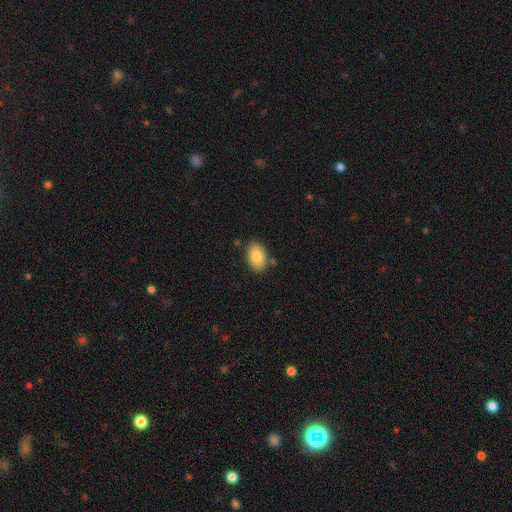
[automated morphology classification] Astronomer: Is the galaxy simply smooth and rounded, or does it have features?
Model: smooth — 84%.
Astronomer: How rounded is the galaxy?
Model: in between — 87%.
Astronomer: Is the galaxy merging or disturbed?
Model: none — 82%.